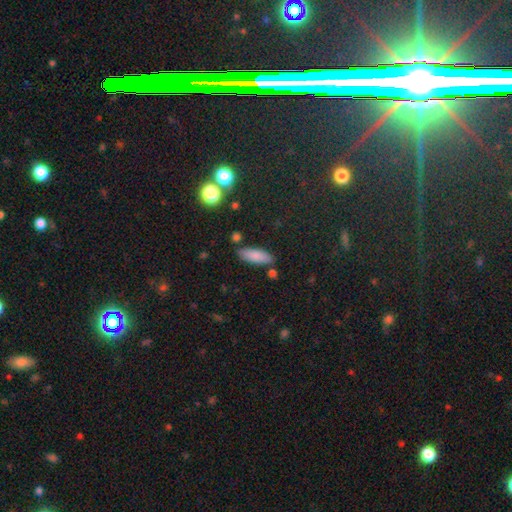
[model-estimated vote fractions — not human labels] This appears to be a smooth galaxy with no disk features (83%) that is in between round and cigar-shaped (61%). Merging: none (80%).